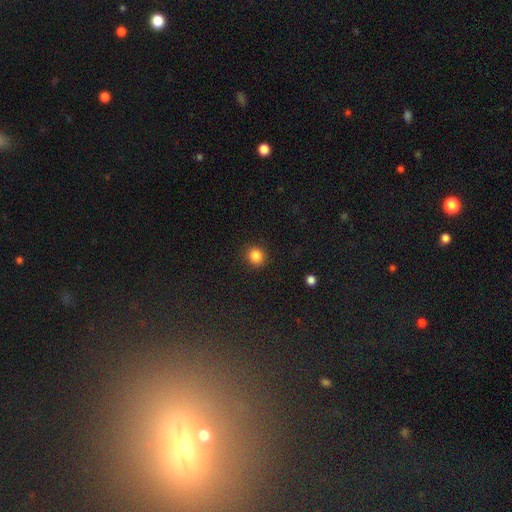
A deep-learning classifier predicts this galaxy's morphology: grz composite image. It shows a smooth galaxy with no disk features (85%) that is round (85%). Merging: none (89%).